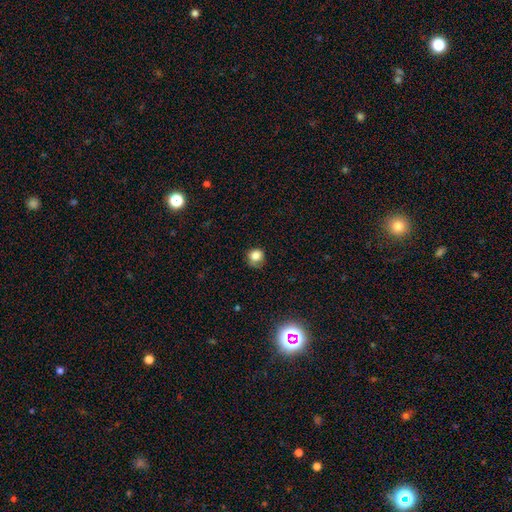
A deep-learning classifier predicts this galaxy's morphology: This appears to be a smooth galaxy with no disk features (82%) that is round (85%). Merging: none (60%).